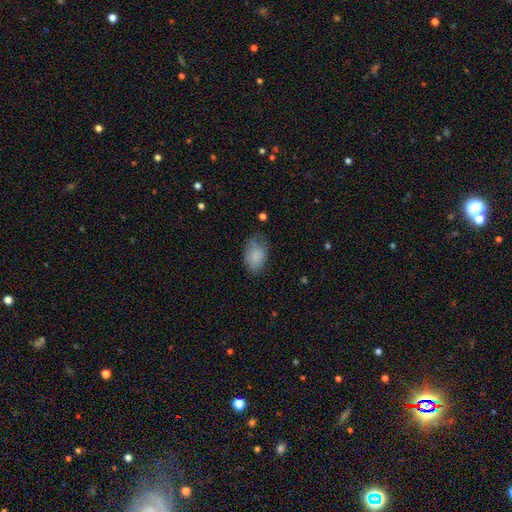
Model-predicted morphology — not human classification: A smooth galaxy with no disk features (85%) that is in between round and cigar-shaped (85%).

Vote fractions:
- Smooth or featured? smooth: 85% / star or artifact: 8% / featured or disk: 7%
- How rounded? in between: 85% / round: 14% / cigar-shaped: 1%
- Merging? none: 61% / minor disturbance: 28% / major disturbance: 9% / merger: 2%